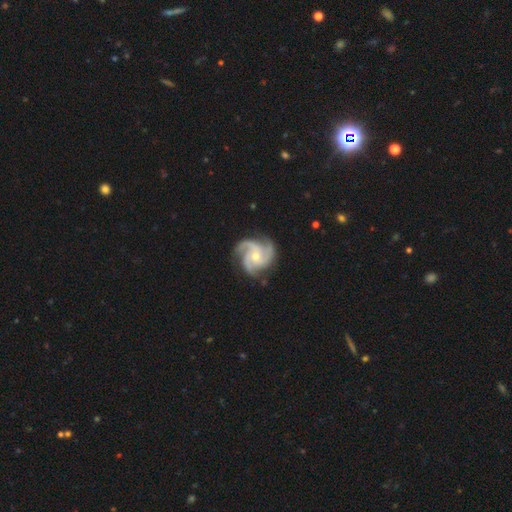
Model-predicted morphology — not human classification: This is clearly a featured or disk galaxy (92%). It is clearly not viewed edge-on (99%). Bar: likely no (74%). Spiral arm pattern: clearly yes (99%). Spiral arm count: likely 3 (74%). Spiral winding: possibly medium (53%). Central bulge: possibly small (51%). Merging: likely none (79%).